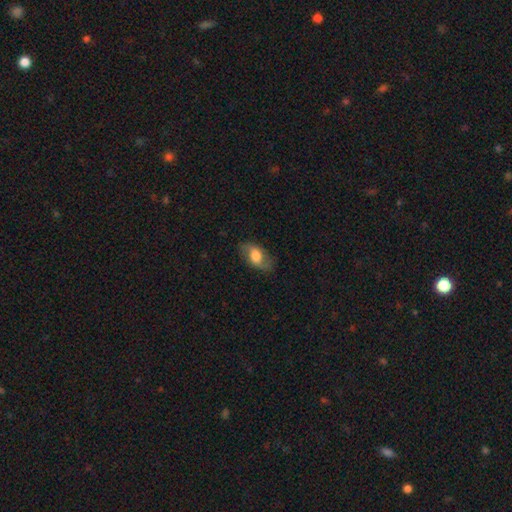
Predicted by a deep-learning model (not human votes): This is possibly a smooth galaxy (52%). How rounded: clearly in between (88%). Merging: likely none (76%).